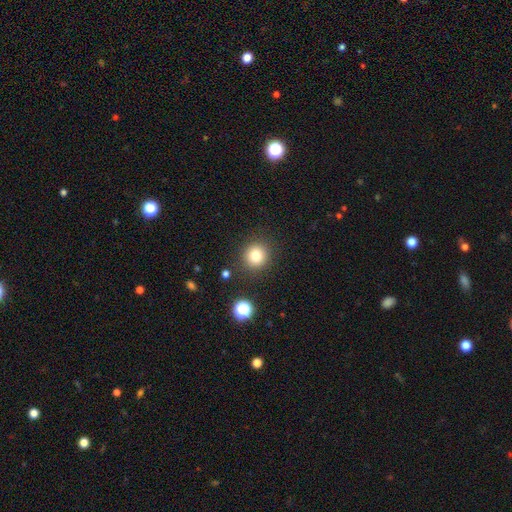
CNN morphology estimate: Q: Smooth or featured?
A: smooth (80%); runner-up: star or artifact (13%)
Q: How rounded?
A: round (92%); runner-up: in between (7%)
Q: Merging?
A: none (88%); runner-up: minor disturbance (7%)